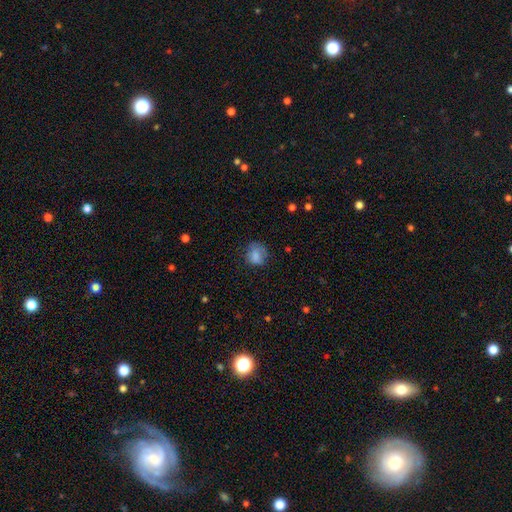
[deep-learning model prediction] smooth-or-featured: smooth: 79% | featured or disk: 11% | star or artifact: 10%
  how-rounded: round: 64% | in between: 34% | cigar-shaped: 1%
  merging: none: 60% | minor disturbance: 26% | major disturbance: 13% | merger: 2%